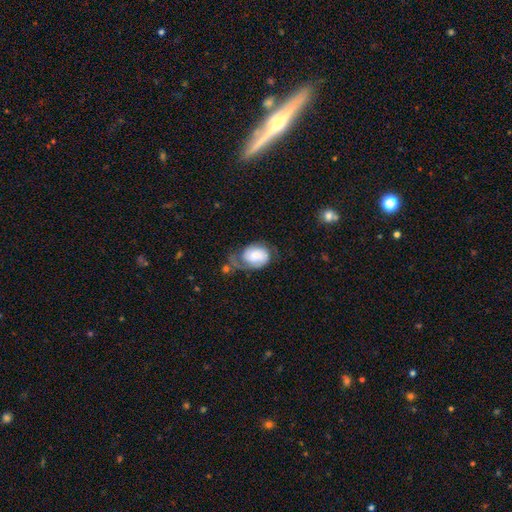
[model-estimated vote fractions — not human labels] The model was most divided on "merging": major disturbance: 33%, minor disturbance: 32%, none: 29%, merger: 7%. More confident: how rounded — in between (71%); smooth or featured — smooth (52%).